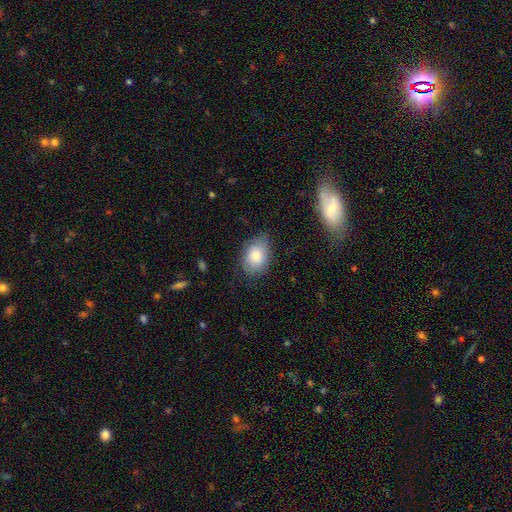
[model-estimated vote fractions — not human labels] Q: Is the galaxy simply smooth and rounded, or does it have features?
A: smooth — 76%.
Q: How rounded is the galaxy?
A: in between — 78%.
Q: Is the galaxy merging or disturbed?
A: none — 69%.